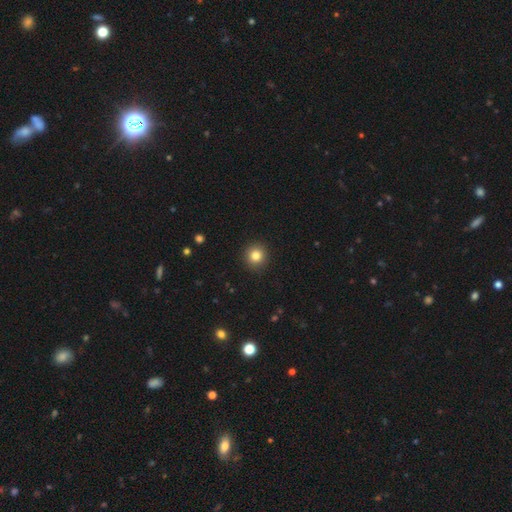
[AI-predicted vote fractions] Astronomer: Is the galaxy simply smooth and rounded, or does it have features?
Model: smooth — 83%.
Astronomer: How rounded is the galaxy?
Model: round — 93%.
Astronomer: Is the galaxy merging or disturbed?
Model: none — 92%.